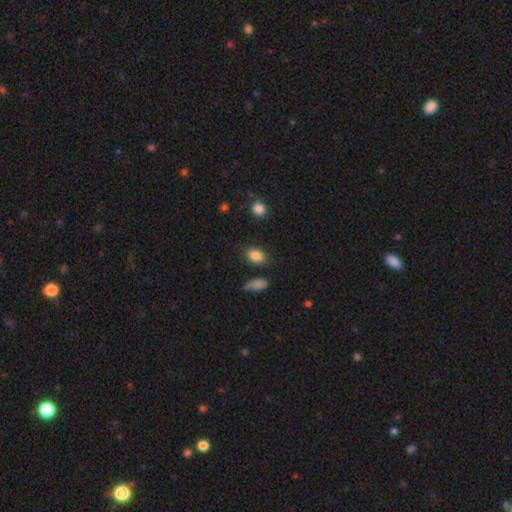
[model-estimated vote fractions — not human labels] Morphology: type=smooth (85%); roundness=in between (84%); merging=none (81%).